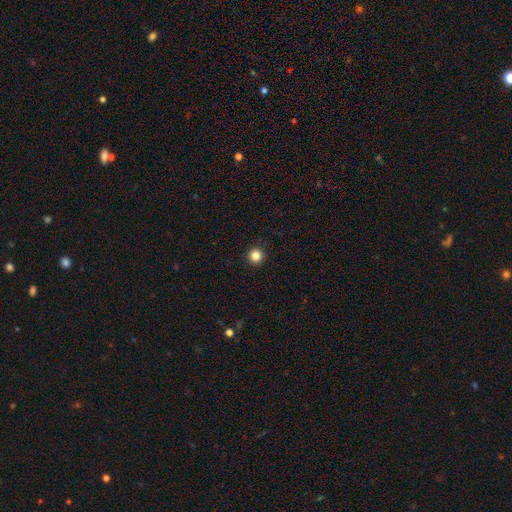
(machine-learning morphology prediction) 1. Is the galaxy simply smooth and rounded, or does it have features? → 84% smooth, 12% star or artifact, 4% featured or disk.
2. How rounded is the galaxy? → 97% round, 2% in between, 1% cigar-shaped.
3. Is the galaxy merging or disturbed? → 94% none, 4% minor disturbance, 1% major disturbance, 1% merger.